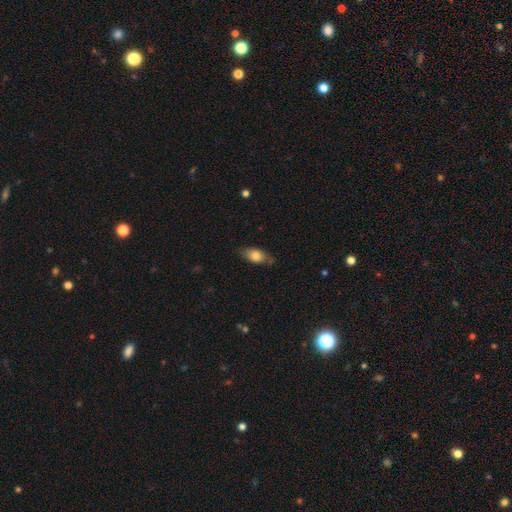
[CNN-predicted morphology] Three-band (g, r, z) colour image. It shows a smooth galaxy with no disk features (76%) that is in between round and cigar-shaped (86%). Merging: none (70%).